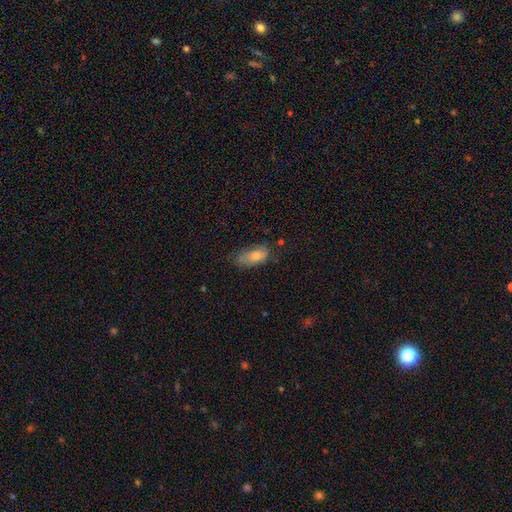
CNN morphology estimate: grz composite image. It shows a smooth galaxy with no disk features (65%) that is in between round and cigar-shaped (85%). Merging: none (57%).